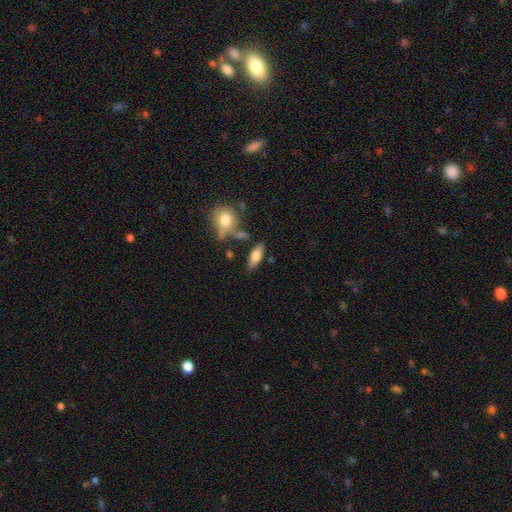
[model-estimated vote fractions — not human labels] Smooth or featured: smooth — 70% (featured or disk — 23%)
How rounded: in between — 73% (cigar-shaped — 24%)
Merging: none — 72% (minor disturbance — 14%)